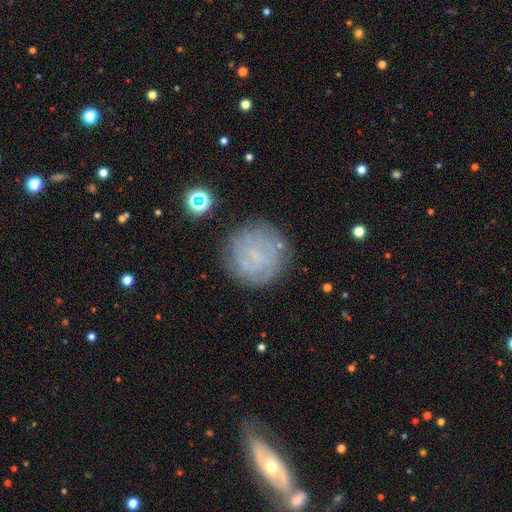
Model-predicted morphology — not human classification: featured or disk 47%, smooth 40%, star or artifact 13%. Down the decision tree: merging — none (77%).